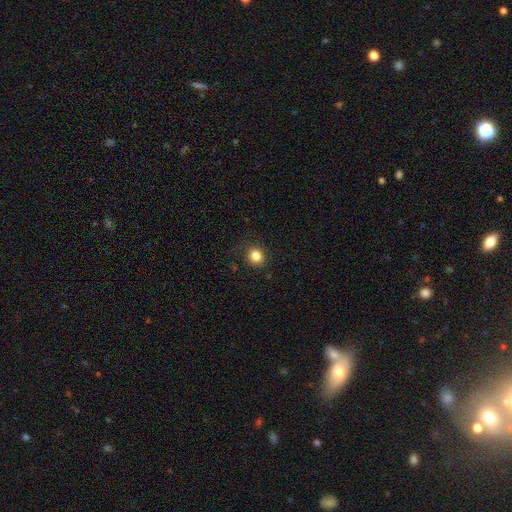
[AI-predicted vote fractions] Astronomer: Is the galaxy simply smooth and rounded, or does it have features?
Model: smooth — 83%.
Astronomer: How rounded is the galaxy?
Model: round — 86%.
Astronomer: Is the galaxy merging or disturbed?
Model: none — 86%.